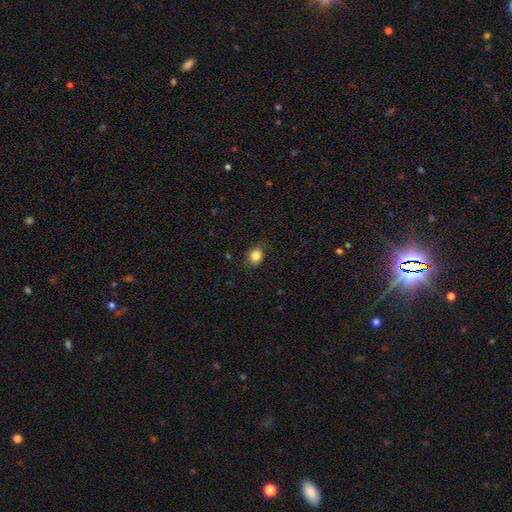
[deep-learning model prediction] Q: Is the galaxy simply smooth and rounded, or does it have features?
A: smooth — 84%.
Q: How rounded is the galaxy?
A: round — 65%.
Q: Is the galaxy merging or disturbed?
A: none — 78%.